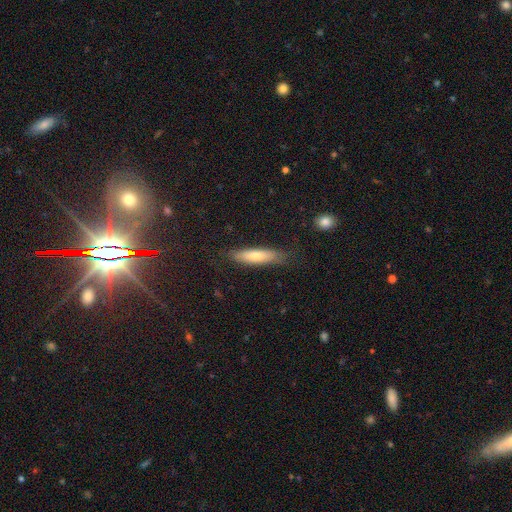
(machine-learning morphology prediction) Smooth or featured: smooth — 65% (featured or disk — 27%)
How rounded: cigar-shaped — 75% (in between — 23%)
Merging: none — 81% (minor disturbance — 15%)